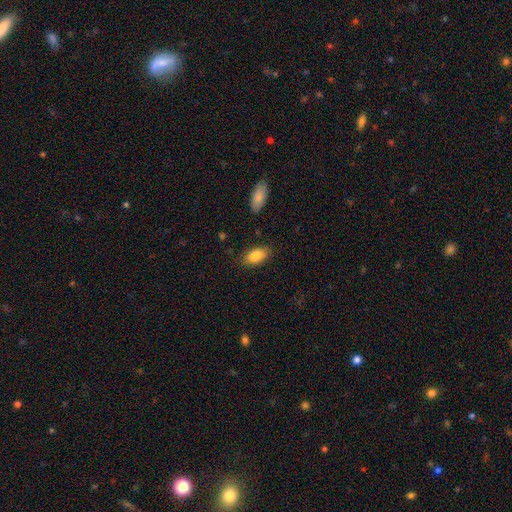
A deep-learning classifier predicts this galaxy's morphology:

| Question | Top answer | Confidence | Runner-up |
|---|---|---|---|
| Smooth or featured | smooth | 83% | featured or disk (10%) |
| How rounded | in between | 91% | round (5%) |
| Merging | none | 85% | minor disturbance (11%) |